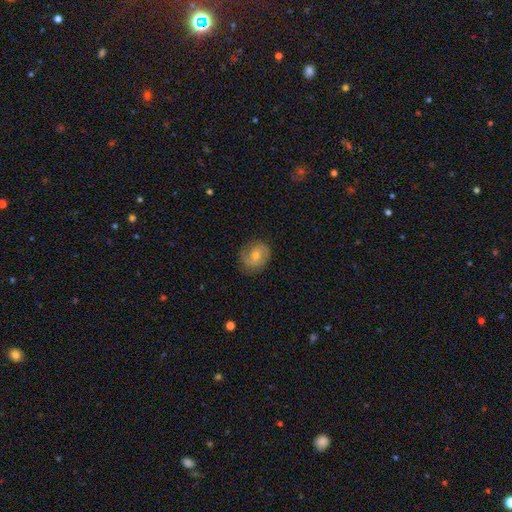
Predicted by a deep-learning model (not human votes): Q: Smooth or featured?
A: featured or disk (54%); runner-up: smooth (35%)
Q: Edge-on disk?
A: no (96%); runner-up: yes (4%)
Q: Bar?
A: no (63%); runner-up: weak (31%)
Q: Spiral arms?
A: yes (83%); runner-up: no (17%)
Q: Bulge size?
A: moderate (54%); runner-up: small (40%)
Q: Merging?
A: none (80%); runner-up: minor disturbance (14%)